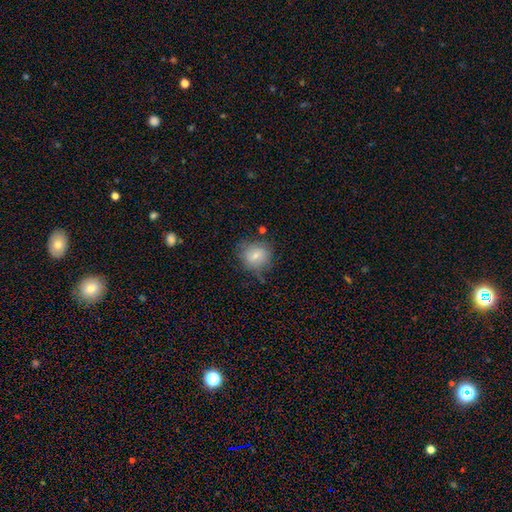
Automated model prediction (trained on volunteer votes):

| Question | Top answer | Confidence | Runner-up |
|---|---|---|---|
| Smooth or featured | smooth | 72% | featured or disk (18%) |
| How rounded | round | 81% | in between (18%) |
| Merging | none | 65% | minor disturbance (23%) |